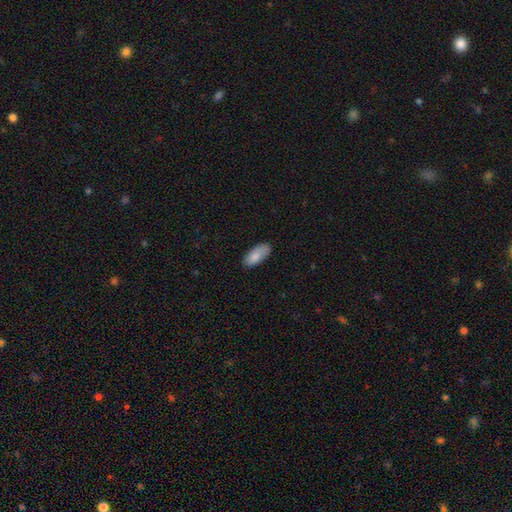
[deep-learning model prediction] A smooth galaxy with no disk features (84%) that is in between round and cigar-shaped (90%). Merging: none (76%).